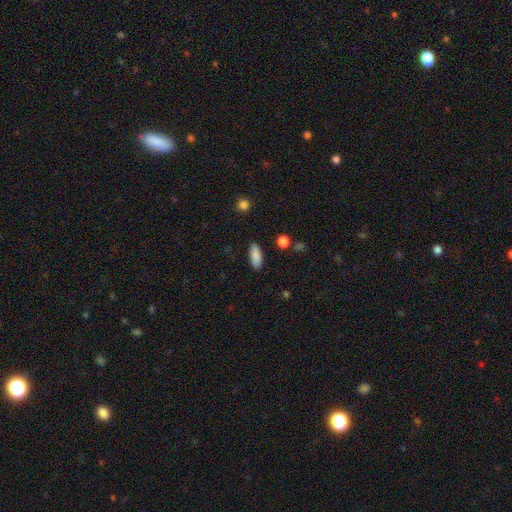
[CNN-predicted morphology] A smooth galaxy with no disk features (88%) that is in between round and cigar-shaped (77%). Merging: none (88%).